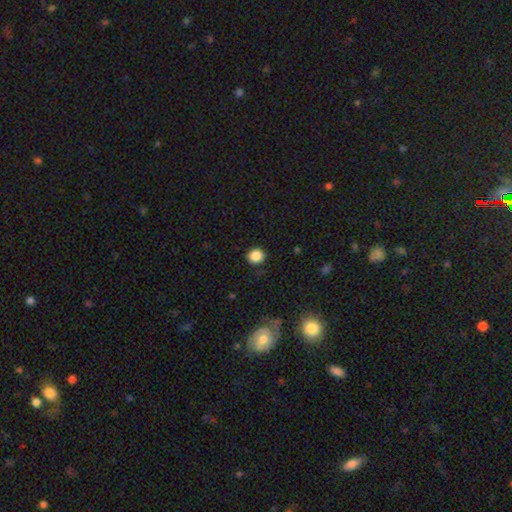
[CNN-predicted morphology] smooth-or-featured: smooth: 86% | star or artifact: 11% | featured or disk: 4%
  how-rounded: round: 86% | in between: 13% | cigar-shaped: 1%
  merging: none: 89% | minor disturbance: 8% | major disturbance: 2% | merger: 1%